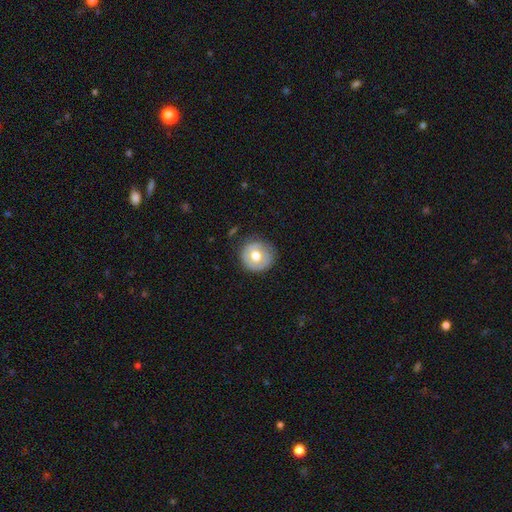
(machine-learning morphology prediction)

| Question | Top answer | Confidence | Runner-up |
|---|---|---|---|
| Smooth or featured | smooth | 58% | featured or disk (35%) |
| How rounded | round | 91% | in between (8%) |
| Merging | none | 79% | minor disturbance (15%) |